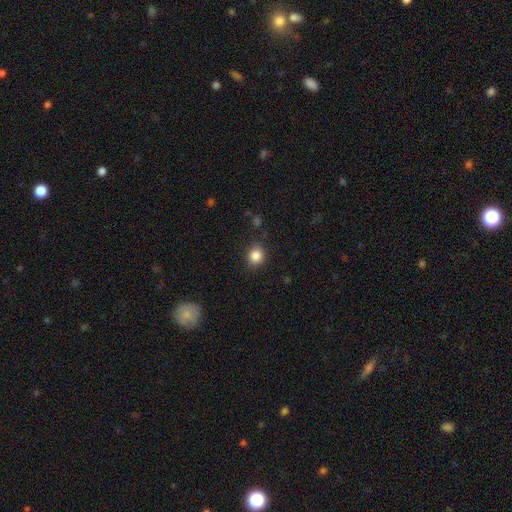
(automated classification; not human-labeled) Morphology: type=smooth (85%); roundness=round (80%); merging=none (84%).